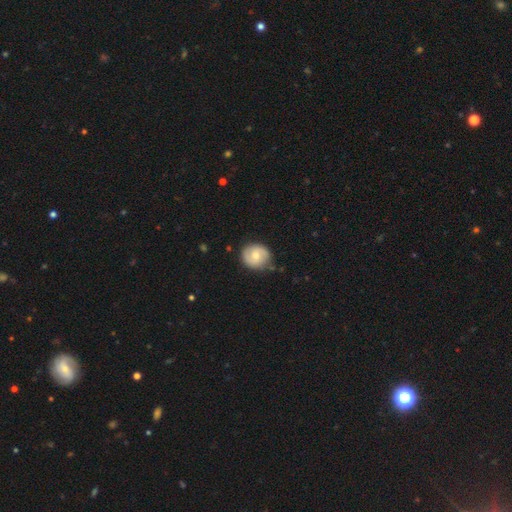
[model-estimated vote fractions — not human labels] Smooth or featured? Predicted: smooth (p=0.49). Merging? Predicted: none (p=0.77).